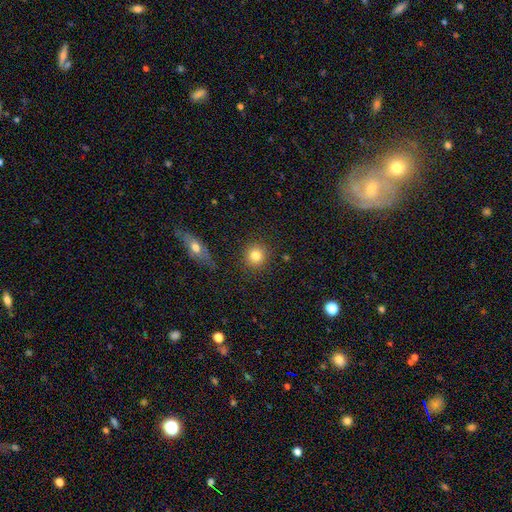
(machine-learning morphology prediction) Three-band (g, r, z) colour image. It shows a smooth galaxy with no disk features (82%) that is round (90%). Merging: none (88%).